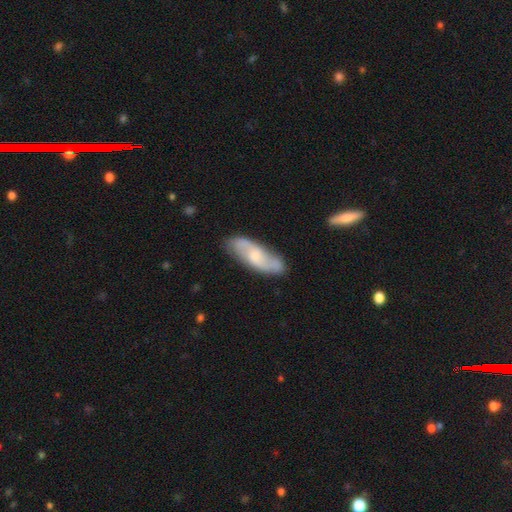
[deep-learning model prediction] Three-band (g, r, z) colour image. It shows a featured or disk galaxy (61%) with no bar (51%), spiral arms (89%) and a small central bulge (48%). Merging: none (78%).